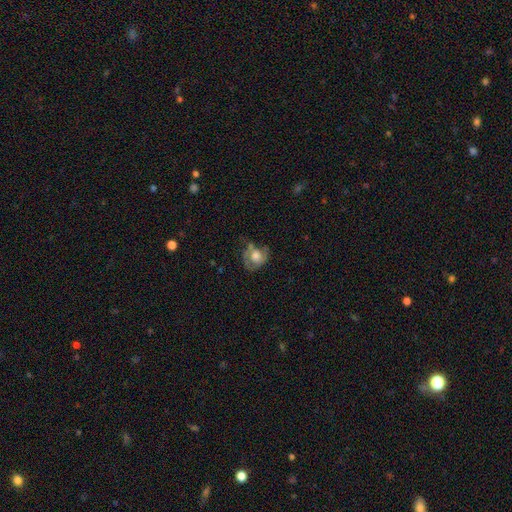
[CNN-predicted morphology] The model was most divided on "bulge size": moderate: 47%, large: 37%, small: 9%, none: 4%, dominant: 3%. Remaining: edge-on disk — no (97%); bar — no (78%); spiral arms — yes (75%); smooth or featured — featured or disk (56%); merging — none (44%).